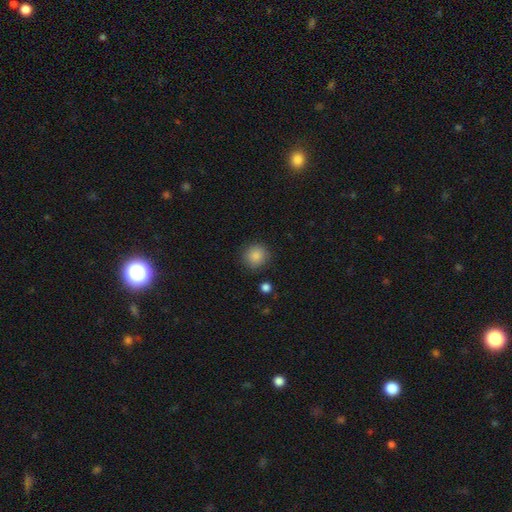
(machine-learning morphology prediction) smooth 87%, star or artifact 9%, featured or disk 4%. Down the decision tree: how rounded — round (91%); merging — none (88%).